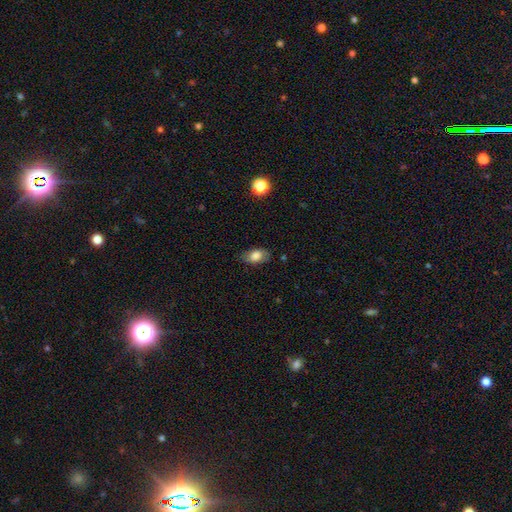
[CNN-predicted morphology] type=smooth (79%); roundness=in between (89%); merging=none (79%).